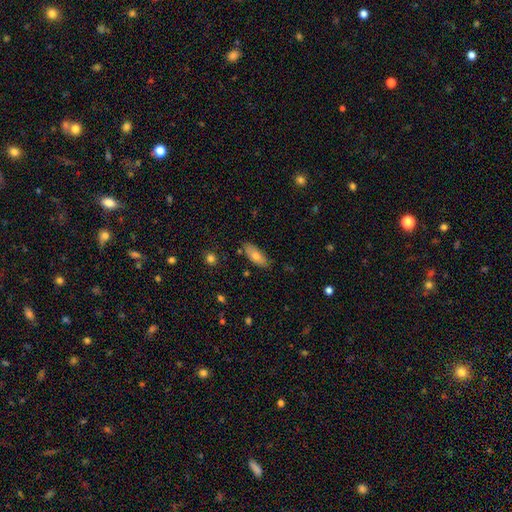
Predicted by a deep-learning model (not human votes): smooth 71%, featured or disk 21%, star or artifact 8%. Down the decision tree: how rounded — in between (76%); merging — none (81%).